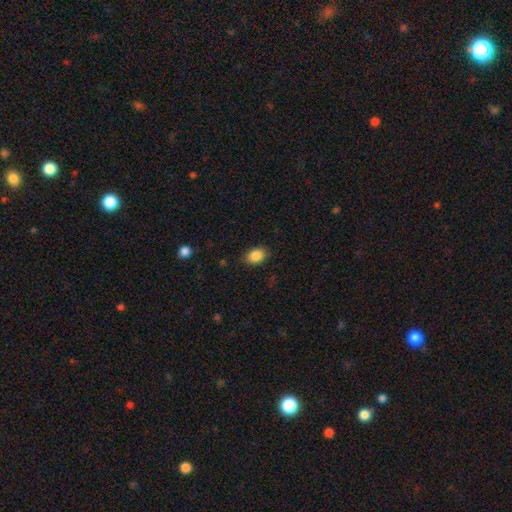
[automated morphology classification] This is clearly a smooth galaxy (87%). How rounded: likely in between (71%). Merging: clearly none (84%).